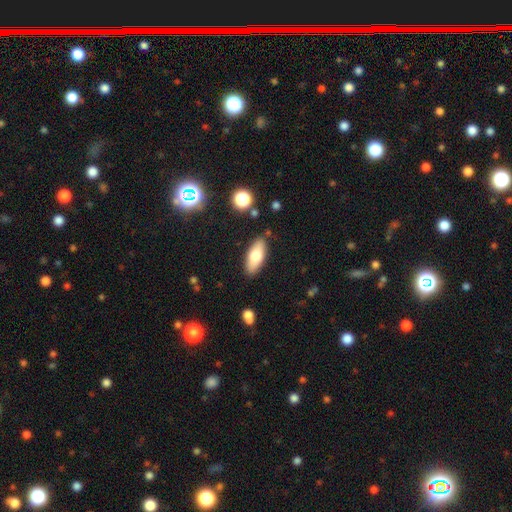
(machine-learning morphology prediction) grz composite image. It shows a smooth galaxy with no disk features (72%) that is in between round and cigar-shaped (79%). Merging: none (86%).